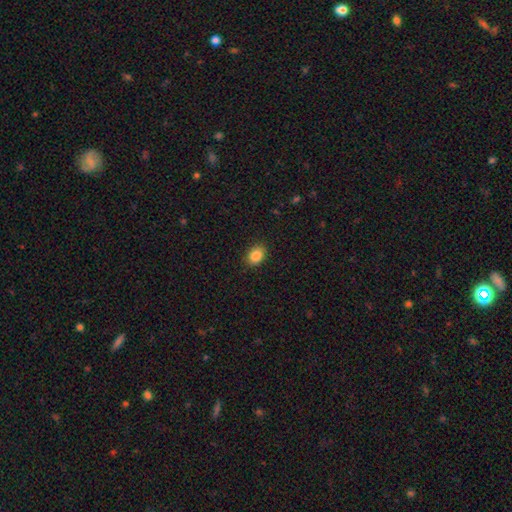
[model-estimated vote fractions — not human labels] Q: Smooth or featured?
A: smooth (87%); runner-up: star or artifact (9%)
Q: How rounded?
A: in between (70%); runner-up: round (29%)
Q: Merging?
A: none (87%); runner-up: minor disturbance (9%)